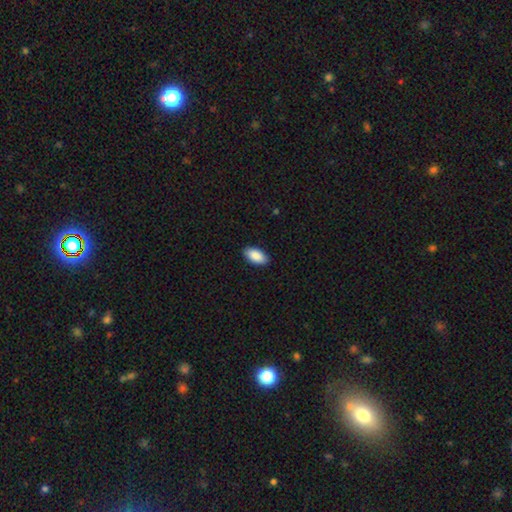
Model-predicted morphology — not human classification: Smooth or featured?
  - smooth: 90% *
  - star or artifact: 6%
  - featured or disk: 4%
How rounded?
  - in between: 95% *
  - cigar-shaped: 3%
  - round: 2%
Merging?
  - none: 90% *
  - minor disturbance: 7%
  - major disturbance: 2%
  - merger: 1%